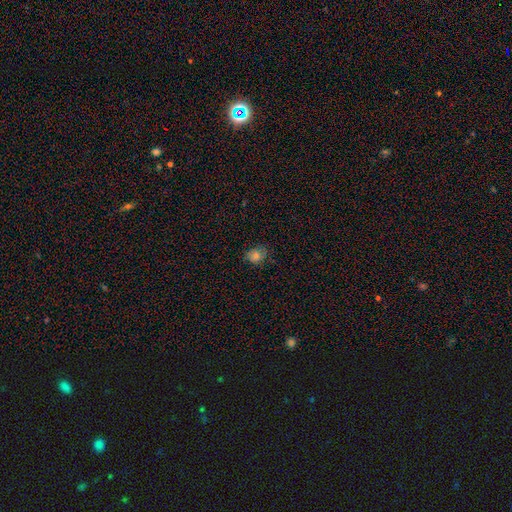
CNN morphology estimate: Smooth or featured? smooth (75%)
How rounded? round (55%)
Merging? none (73%)